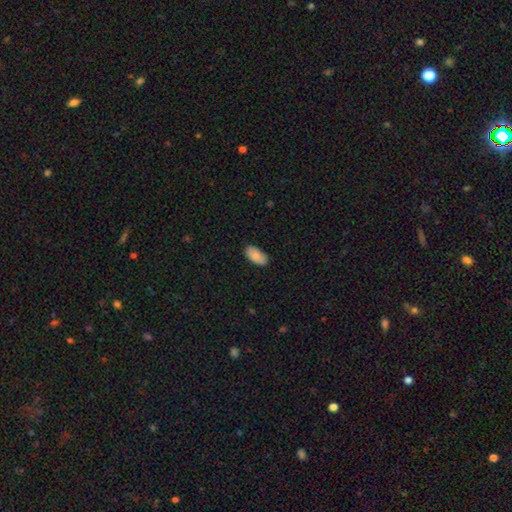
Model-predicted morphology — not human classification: smooth 85%, featured or disk 9%, star or artifact 6%. Down the decision tree: how rounded — in between (95%); merging — none (85%).